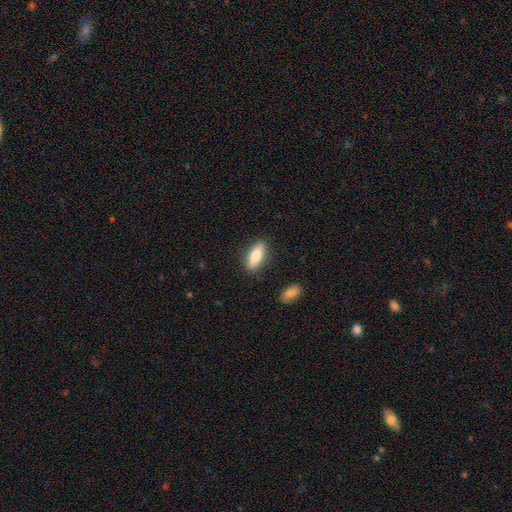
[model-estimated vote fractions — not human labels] A smooth galaxy with no disk features (71%) that is in between round and cigar-shaped (65%).

Vote fractions:
- Smooth or featured? smooth: 71% / featured or disk: 23% / star or artifact: 6%
- How rounded? in between: 65% / cigar-shaped: 32% / round: 3%
- Merging? none: 86% / minor disturbance: 9% / major disturbance: 2% / merger: 2%